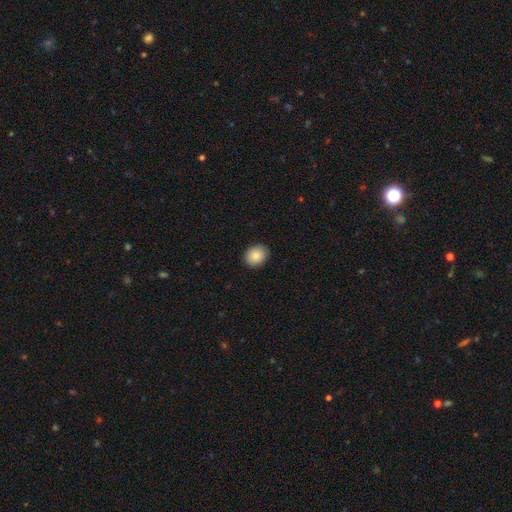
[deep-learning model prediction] Smooth or featured? smooth (87%)
How rounded? round (58%)
Merging? none (89%)